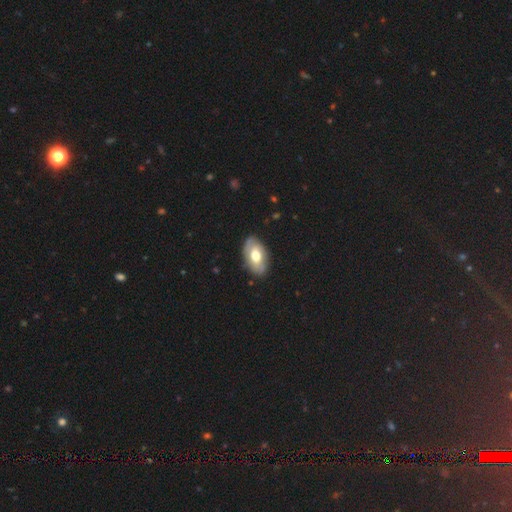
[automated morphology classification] Smooth or featured? smooth (55%)
How rounded? in between (93%)
Merging? none (79%)